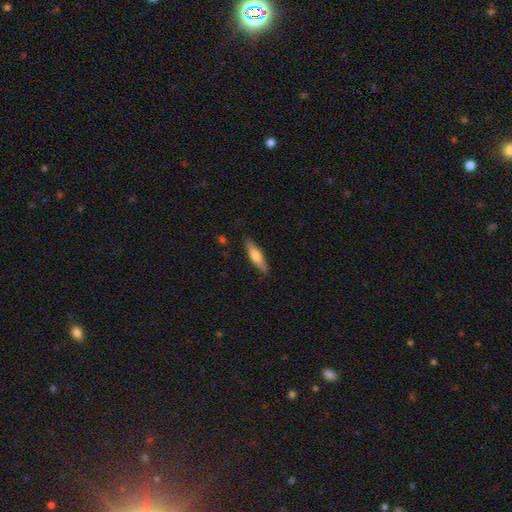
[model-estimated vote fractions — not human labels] Smooth or featured? smooth (60%)
How rounded? cigar-shaped (70%)
Merging? none (85%)